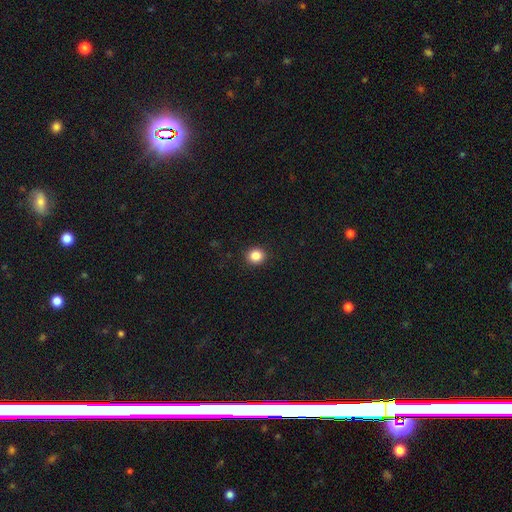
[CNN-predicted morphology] This is clearly a smooth galaxy (85%). How rounded: clearly round (84%). Merging: clearly none (92%).